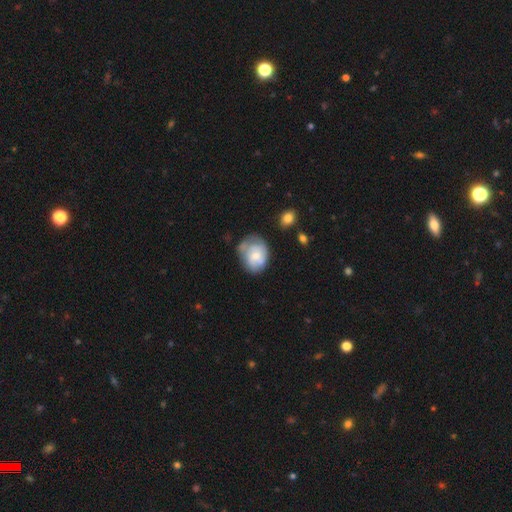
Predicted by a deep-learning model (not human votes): smooth 52%, featured or disk 41%, star or artifact 7%. Down the decision tree: how rounded — round (50%); merging — none (45%).